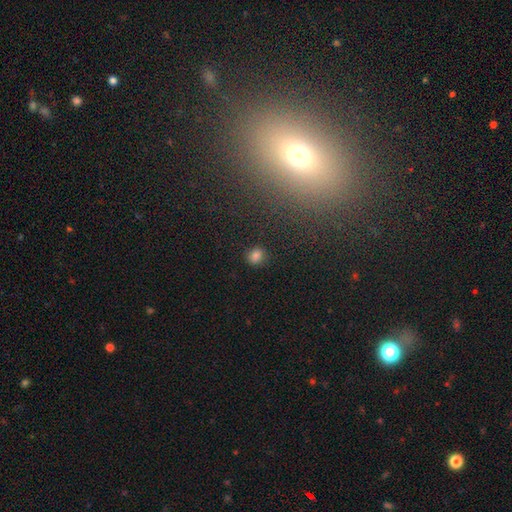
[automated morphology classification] smooth 80%, star or artifact 15%, featured or disk 5%. Down the decision tree: how rounded — round (71%); merging — none (84%).